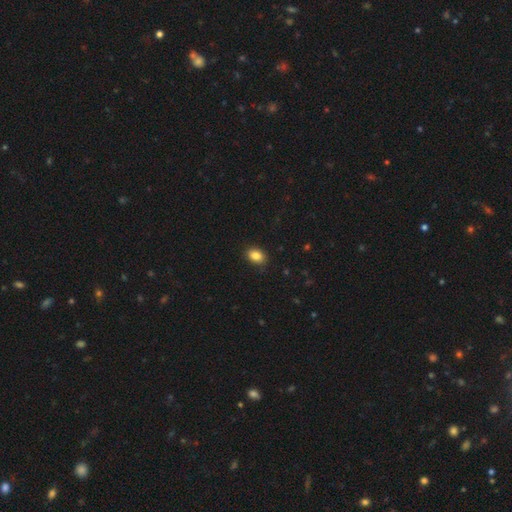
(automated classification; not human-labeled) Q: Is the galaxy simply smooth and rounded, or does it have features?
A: smooth — 86%.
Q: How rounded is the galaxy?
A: in between — 79%.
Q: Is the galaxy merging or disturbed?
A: none — 87%.